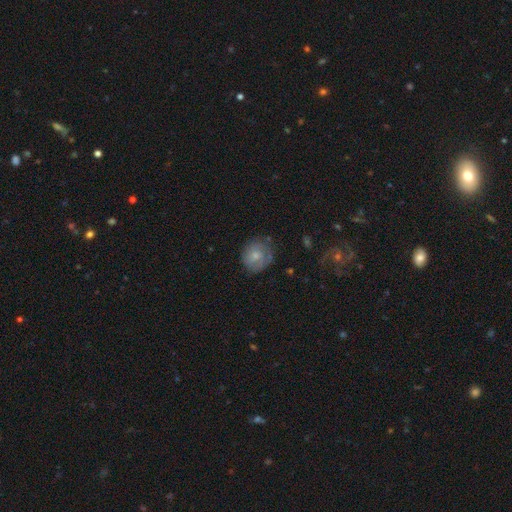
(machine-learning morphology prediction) A smooth galaxy with no disk features (60%) that is round (80%). Merging: none (67%).